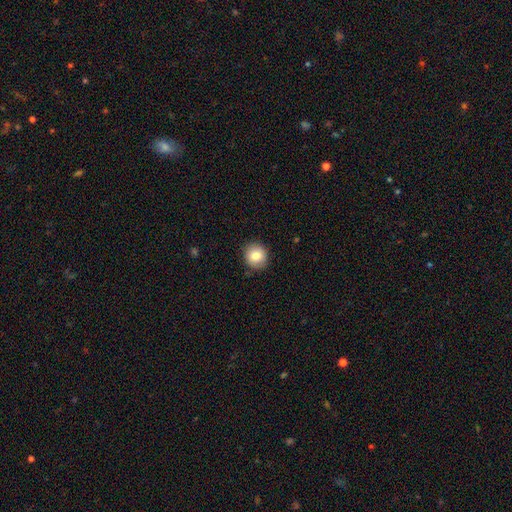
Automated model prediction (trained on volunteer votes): Smooth or featured? Predicted: smooth (p=0.83). How rounded? Predicted: round (p=0.89). Merging? Predicted: none (p=0.88).